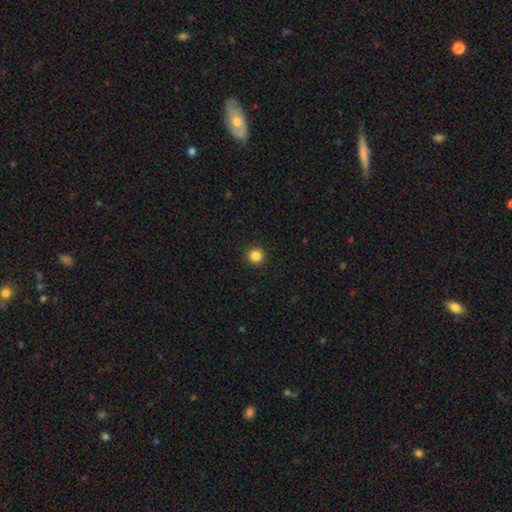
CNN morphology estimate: smooth_or_featured: smooth (p=0.85) [alt: star or artifact p=0.12]
how_rounded: round (p=0.96) [alt: in between p=0.03]
merging: none (p=0.93) [alt: minor disturbance p=0.04]